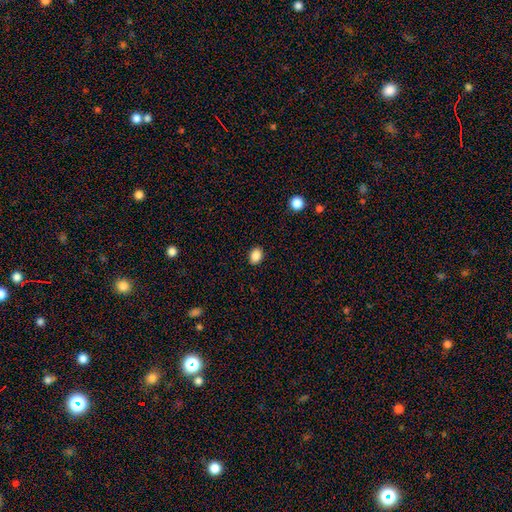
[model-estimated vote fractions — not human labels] Morphology: type=smooth (88%); roundness=in between (70%); merging=none (90%).